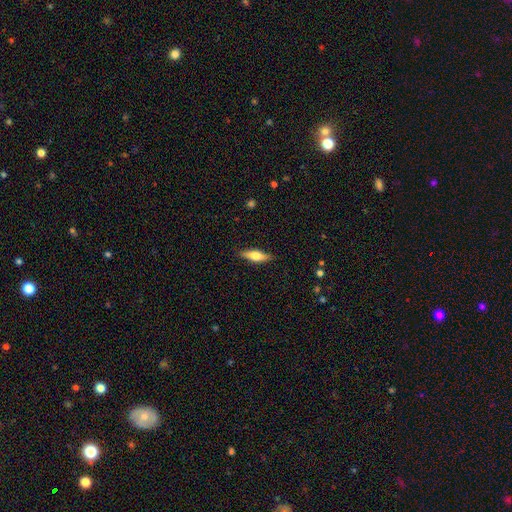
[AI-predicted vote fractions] A smooth galaxy with no disk features (55%) that is cigar-shaped (53%).

Vote fractions:
- Smooth or featured? smooth: 55% / featured or disk: 39% / star or artifact: 6%
- How rounded? cigar-shaped: 53% / in between: 45% / round: 3%
- Merging? none: 87% / minor disturbance: 10% / major disturbance: 2% / merger: 1%